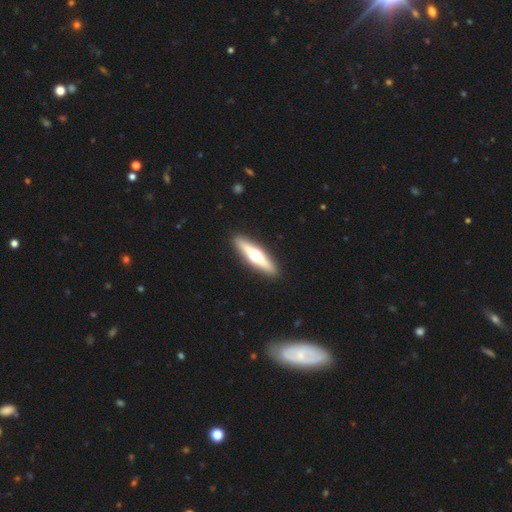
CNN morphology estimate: Q: Smooth or featured?
A: featured or disk (57%); runner-up: smooth (38%)
Q: Edge-on disk?
A: yes (94%); runner-up: no (6%)
Q: Edge-on bulge?
A: rounded (95%); runner-up: none (3%)
Q: Merging?
A: none (92%); runner-up: minor disturbance (6%)